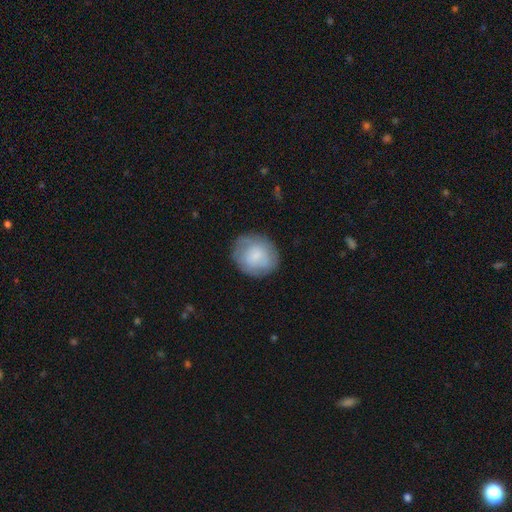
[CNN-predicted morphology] Smooth or featured?
  - smooth: 68% *
  - featured or disk: 25%
  - star or artifact: 7%
How rounded?
  - round: 77% *
  - in between: 22%
  - cigar-shaped: 1%
Merging?
  - none: 75% *
  - minor disturbance: 17%
  - major disturbance: 6%
  - merger: 1%